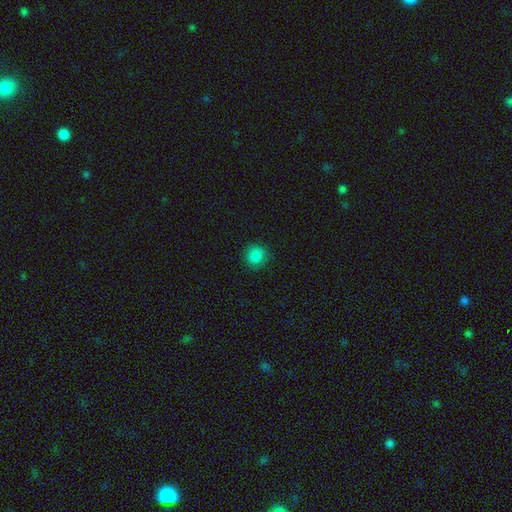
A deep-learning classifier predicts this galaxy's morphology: smooth-or-featured: smooth: 86% | star or artifact: 11% | featured or disk: 3%
  how-rounded: round: 89% | in between: 10% | cigar-shaped: 1%
  merging: none: 89% | minor disturbance: 8% | major disturbance: 2% | merger: 1%